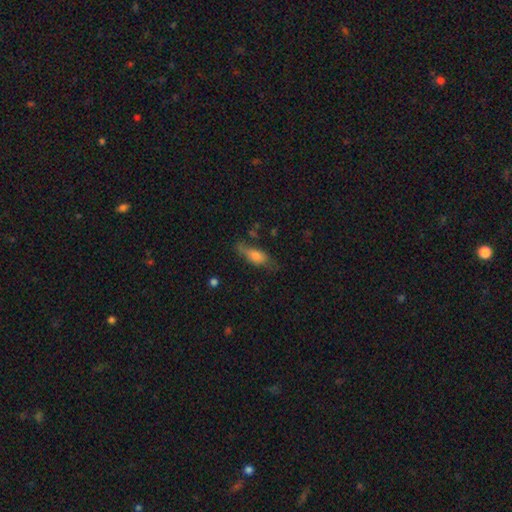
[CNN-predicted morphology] A smooth galaxy with no disk features (63%) that is in between round and cigar-shaped (63%).

Vote fractions:
- Smooth or featured? smooth: 63% / featured or disk: 27% / star or artifact: 10%
- How rounded? in between: 63% / cigar-shaped: 33% / round: 4%
- Merging? none: 56% / minor disturbance: 27% / major disturbance: 13% / merger: 4%